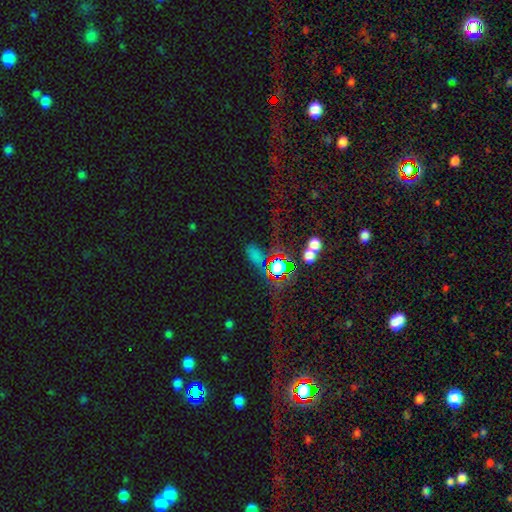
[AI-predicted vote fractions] The model was most divided on "smooth or featured": smooth: 45%, star or artifact: 43%, featured or disk: 12%. More confident: merging — none (58%).